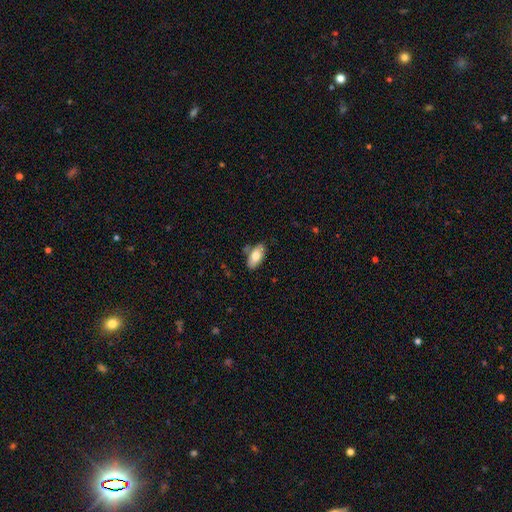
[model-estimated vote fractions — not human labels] Morphology: type=smooth (76%); roundness=in between (92%); merging=none (75%).